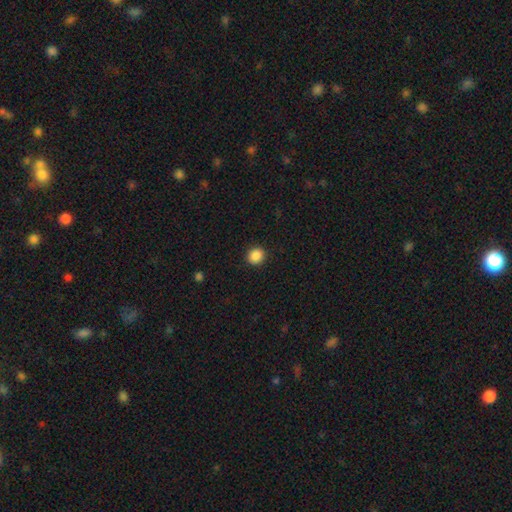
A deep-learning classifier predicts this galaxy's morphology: Overall: smooth (88%). How rounded: round (87%). Merging: none (92%).